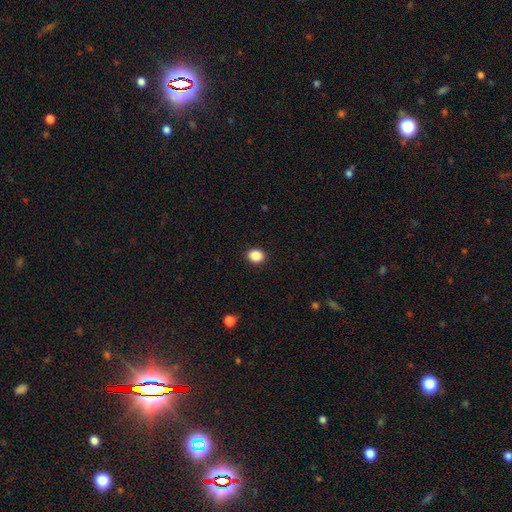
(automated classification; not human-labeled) The model was most divided on "how rounded": round: 63%, in between: 36%, cigar-shaped: 1%. More confident: merging — none (92%); smooth or featured — smooth (88%).